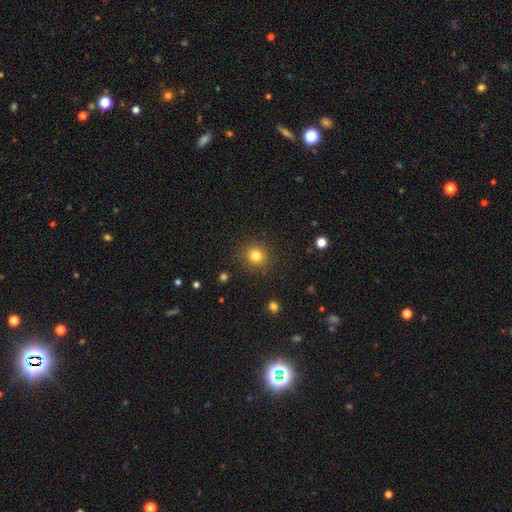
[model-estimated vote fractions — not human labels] This appears to be a smooth galaxy with no disk features (81%) that is round (89%). Merging: none (89%).